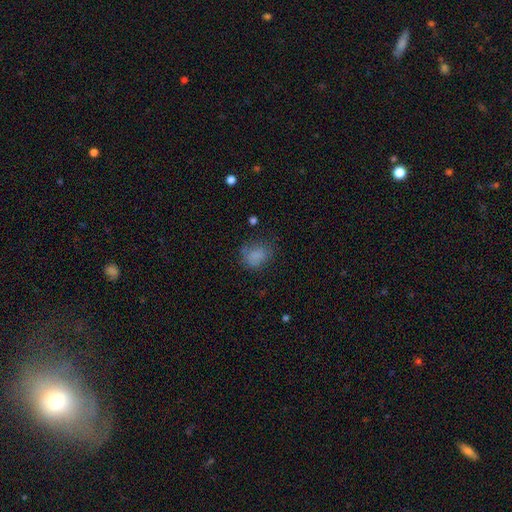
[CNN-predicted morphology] type=smooth (78%); roundness=round (51%); merging=none (60%).